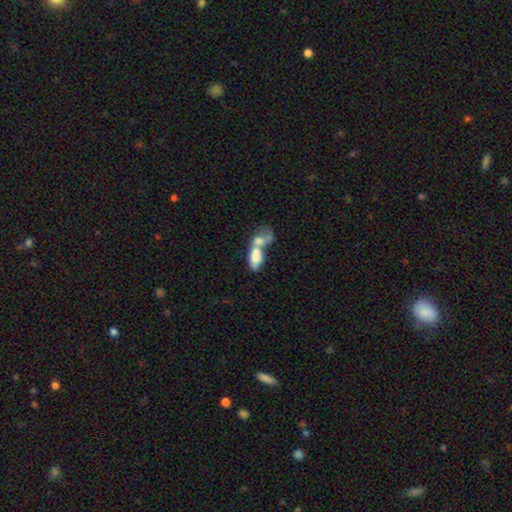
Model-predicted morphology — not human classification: Smooth or featured? smooth (67%)
How rounded? in between (82%)
Merging? merger (76%)